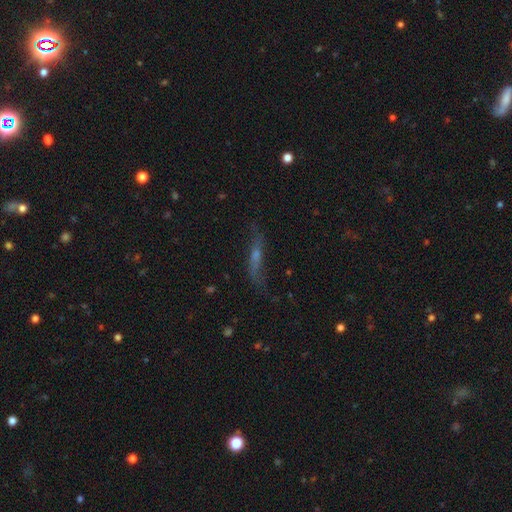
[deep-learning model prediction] Overall: featured or disk (59%; smooth 26%). Edge-on disk: yes (57%; no 43%). Merging: none (68%).